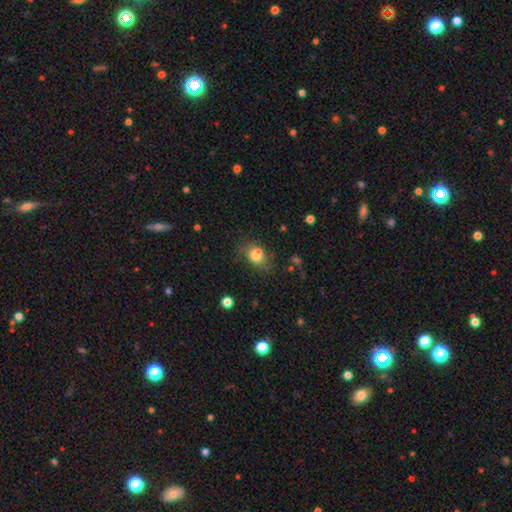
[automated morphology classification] Overall: smooth (75%). How rounded: in between (60%; round 38%). Merging: none (51%; merger 21%).